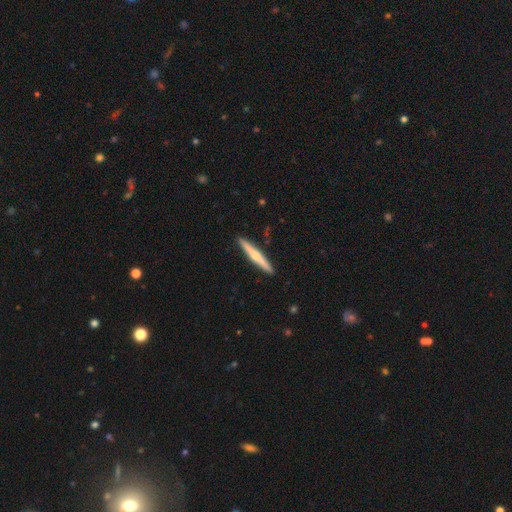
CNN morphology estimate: Smooth or featured? Predicted: featured or disk (p=0.57). Edge-on disk? Predicted: yes (p=0.97). Edge-on bulge? Predicted: rounded (p=0.82). Merging? Predicted: none (p=0.92).